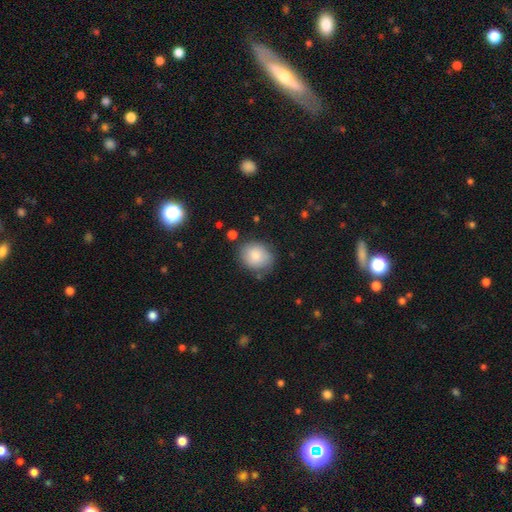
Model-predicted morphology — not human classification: Smooth or featured?
  - smooth: 82% *
  - featured or disk: 10%
  - star or artifact: 8%
How rounded?
  - round: 68% *
  - in between: 31%
  - cigar-shaped: 1%
Merging?
  - none: 75% *
  - minor disturbance: 17%
  - major disturbance: 5%
  - merger: 3%